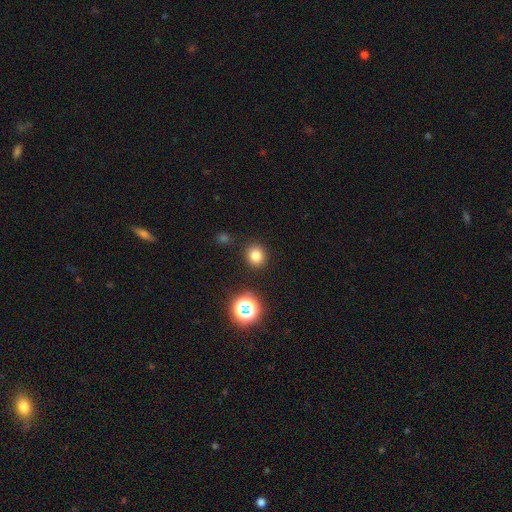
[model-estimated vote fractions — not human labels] Smooth or featured?
  - smooth: 77% *
  - star or artifact: 17%
  - featured or disk: 6%
How rounded?
  - round: 84% *
  - in between: 15%
  - cigar-shaped: 1%
Merging?
  - none: 89% *
  - minor disturbance: 7%
  - major disturbance: 3%
  - merger: 2%